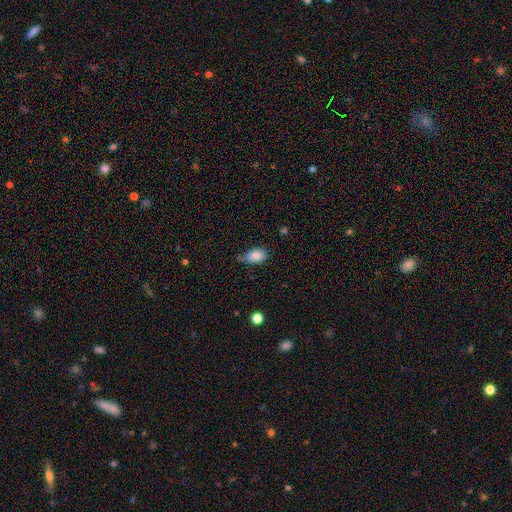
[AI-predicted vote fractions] A smooth galaxy with no disk features (84%) that is in between round and cigar-shaped (86%).

Vote fractions:
- Smooth or featured? smooth: 84% / star or artifact: 9% / featured or disk: 8%
- How rounded? in between: 86% / round: 13% / cigar-shaped: 2%
- Merging? none: 52% / minor disturbance: 36% / major disturbance: 8% / merger: 4%